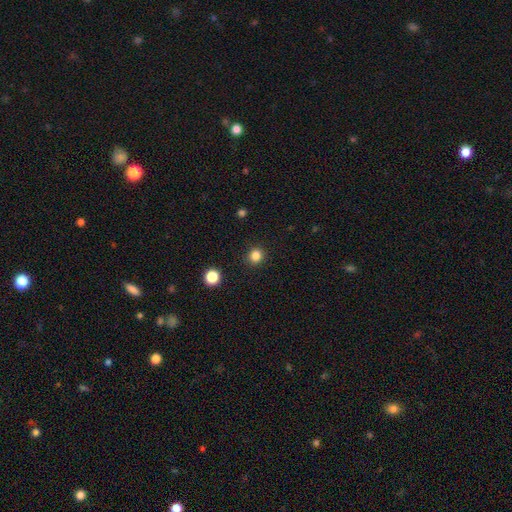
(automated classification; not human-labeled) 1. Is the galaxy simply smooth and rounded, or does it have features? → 83% smooth, 13% star or artifact, 4% featured or disk.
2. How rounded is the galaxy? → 90% round, 9% in between, 1% cigar-shaped.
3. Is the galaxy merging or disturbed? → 91% none, 5% minor disturbance, 2% major disturbance, 1% merger.